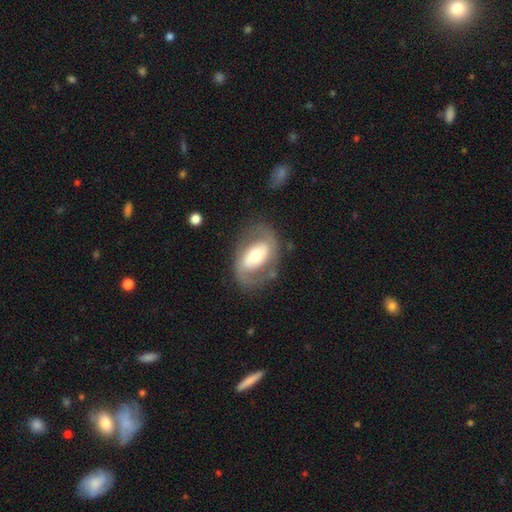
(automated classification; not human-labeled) Smooth or featured? Predicted: featured or disk (p=0.69). Edge-on disk? Predicted: no (p=0.95). Bar? Predicted: no (p=0.44). Spiral arms? Predicted: yes (p=0.68). Bulge size? Predicted: moderate (p=0.60). Merging? Predicted: none (p=0.73).